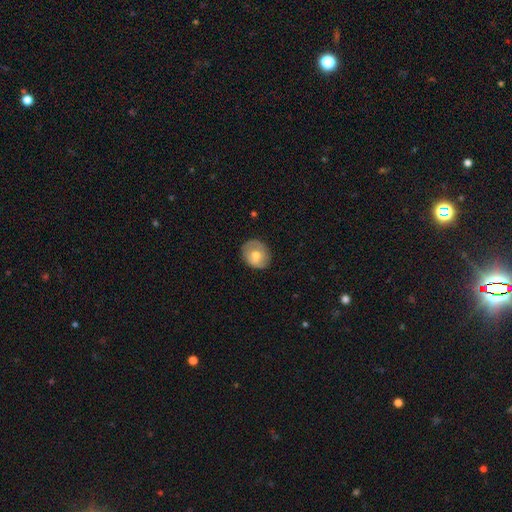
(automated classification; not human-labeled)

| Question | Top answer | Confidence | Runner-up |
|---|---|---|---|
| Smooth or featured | smooth | 57% | featured or disk (36%) |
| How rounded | round | 61% | in between (38%) |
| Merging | none | 79% | minor disturbance (16%) |